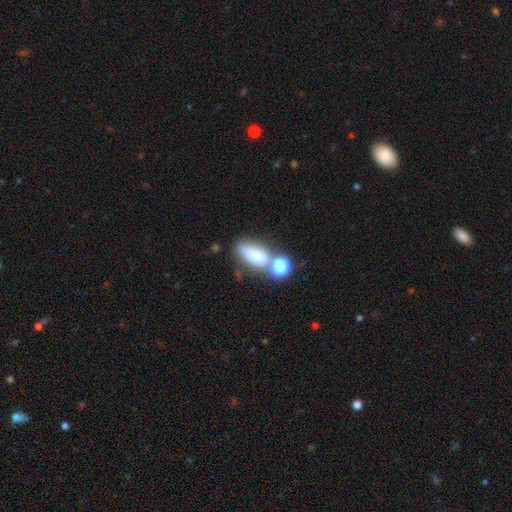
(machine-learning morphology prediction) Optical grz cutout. It shows a smooth galaxy with no disk features (70%) that is in between round and cigar-shaped (74%). Merging: none (45%).